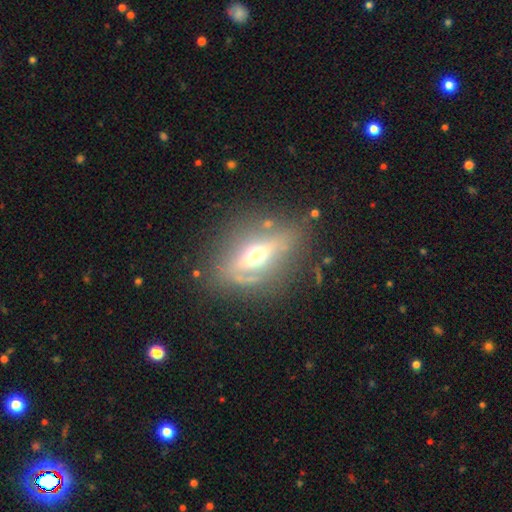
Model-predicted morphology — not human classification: This is likely a featured or disk galaxy (64%). It is likely viewed edge-on (68%). Merging: likely none (73%).